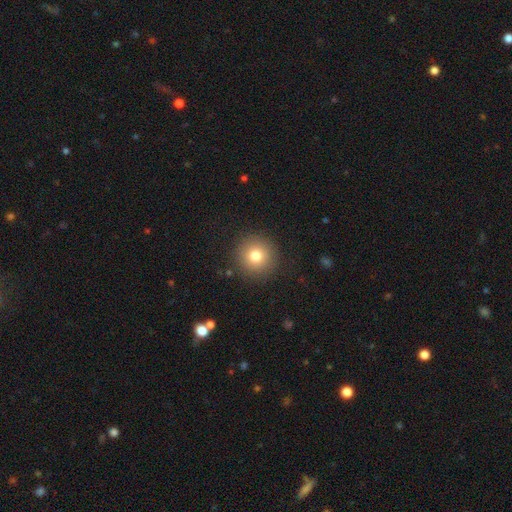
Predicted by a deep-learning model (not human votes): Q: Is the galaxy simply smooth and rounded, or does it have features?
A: smooth — 78%.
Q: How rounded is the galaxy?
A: round — 95%.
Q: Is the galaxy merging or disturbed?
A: none — 90%.